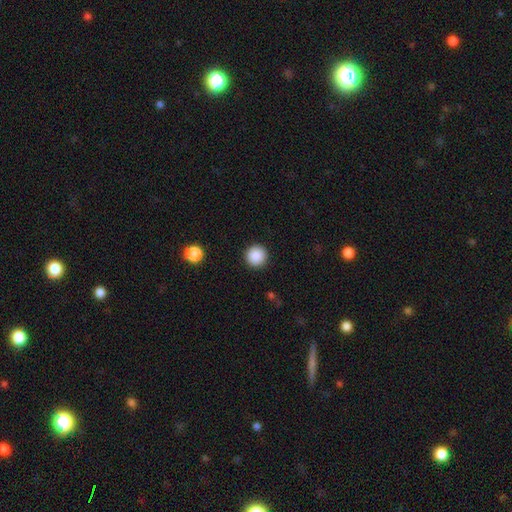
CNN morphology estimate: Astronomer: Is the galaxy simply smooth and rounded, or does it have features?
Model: smooth — 88%.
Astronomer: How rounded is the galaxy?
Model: round — 96%.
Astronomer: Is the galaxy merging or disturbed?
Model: none — 93%.